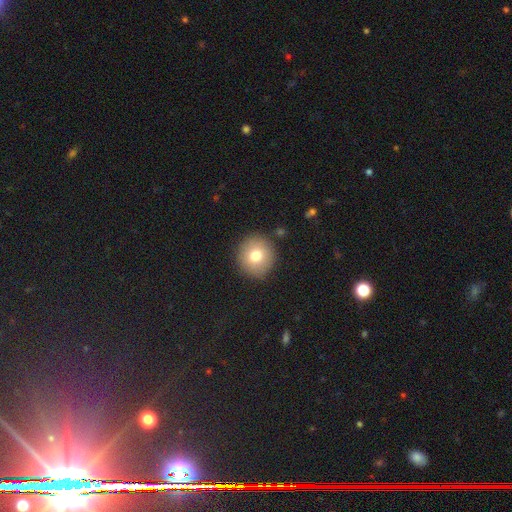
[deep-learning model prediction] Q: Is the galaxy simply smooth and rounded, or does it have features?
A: smooth — 76%.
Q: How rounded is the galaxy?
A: round — 92%.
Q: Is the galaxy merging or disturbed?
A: none — 89%.